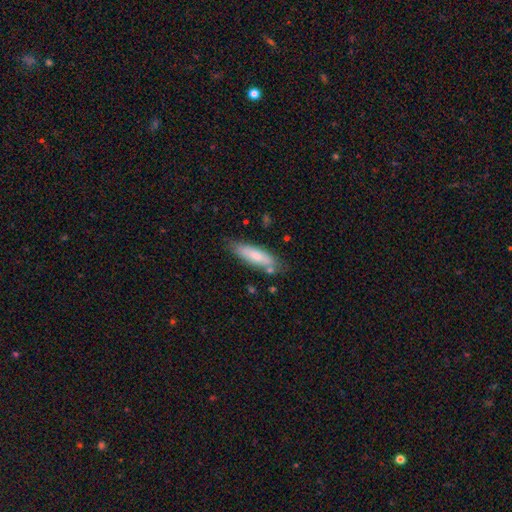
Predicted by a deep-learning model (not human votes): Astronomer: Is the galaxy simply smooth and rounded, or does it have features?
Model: smooth — 75%.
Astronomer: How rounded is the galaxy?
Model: cigar-shaped — 60% (runner-up: in between, 39%).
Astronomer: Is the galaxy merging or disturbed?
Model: none — 72%.